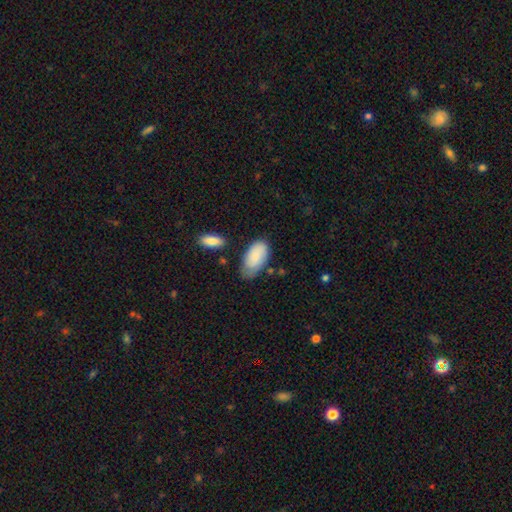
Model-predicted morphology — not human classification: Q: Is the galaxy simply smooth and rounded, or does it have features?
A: smooth — 82%.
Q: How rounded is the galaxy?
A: in between — 95%.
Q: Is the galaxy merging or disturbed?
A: none — 59%.